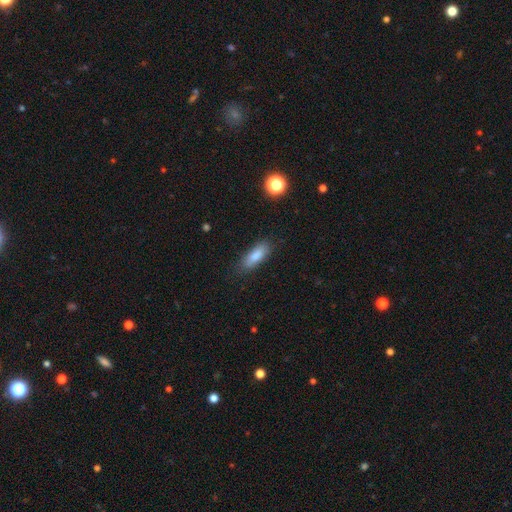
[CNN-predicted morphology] This is clearly a smooth galaxy (83%). How rounded: likely in between (67%). Merging: clearly none (81%).